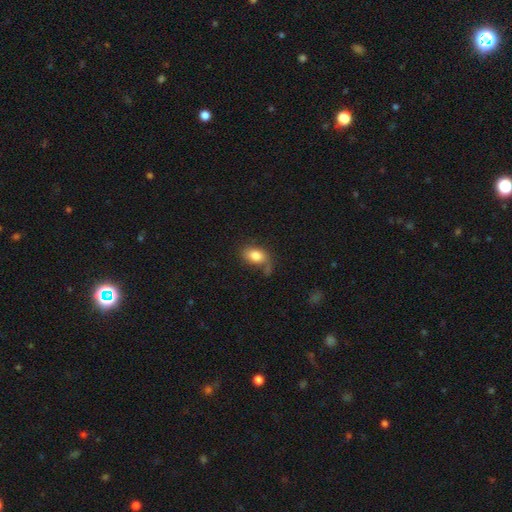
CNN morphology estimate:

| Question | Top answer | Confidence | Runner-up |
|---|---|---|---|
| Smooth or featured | smooth | 81% | featured or disk (11%) |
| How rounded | in between | 84% | round (14%) |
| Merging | none | 53% | minor disturbance (23%) |